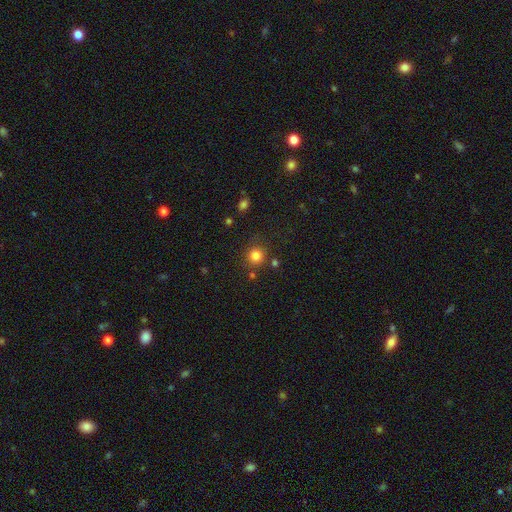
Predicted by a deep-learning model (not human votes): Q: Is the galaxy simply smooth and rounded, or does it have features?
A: smooth — 81%.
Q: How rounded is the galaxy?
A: round — 91%.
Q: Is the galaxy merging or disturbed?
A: none — 80%.